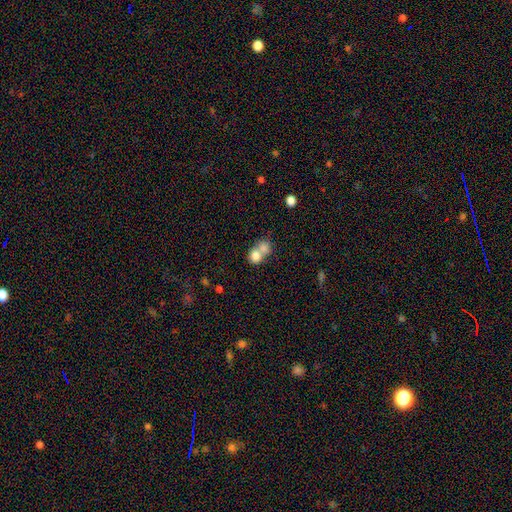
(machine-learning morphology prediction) Q: Smooth or featured?
A: smooth (67%); runner-up: star or artifact (17%)
Q: How rounded?
A: round (60%); runner-up: in between (38%)
Q: Merging?
A: merger (59%); runner-up: none (30%)